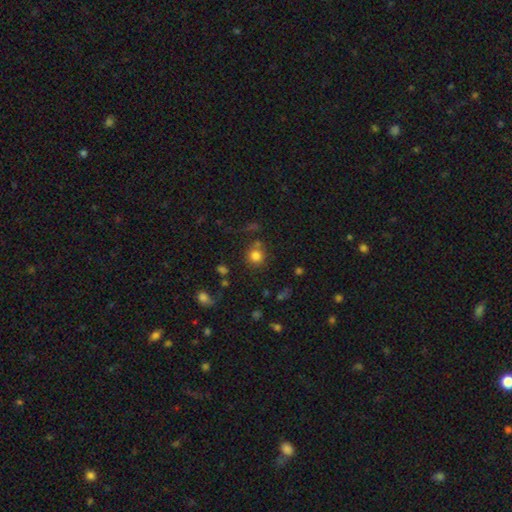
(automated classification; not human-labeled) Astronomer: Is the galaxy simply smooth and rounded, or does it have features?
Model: smooth — 80%.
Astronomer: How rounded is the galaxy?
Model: round — 90%.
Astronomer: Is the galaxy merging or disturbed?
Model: none — 74%.